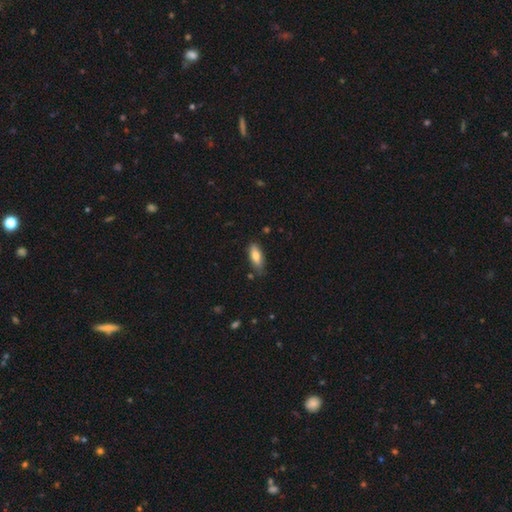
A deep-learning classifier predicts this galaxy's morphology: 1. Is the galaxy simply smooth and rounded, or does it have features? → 75% smooth, 18% featured or disk, 7% star or artifact.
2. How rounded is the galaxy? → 78% in between, 20% cigar-shaped, 2% round.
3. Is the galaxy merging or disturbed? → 77% none, 18% minor disturbance, 3% major disturbance, 2% merger.